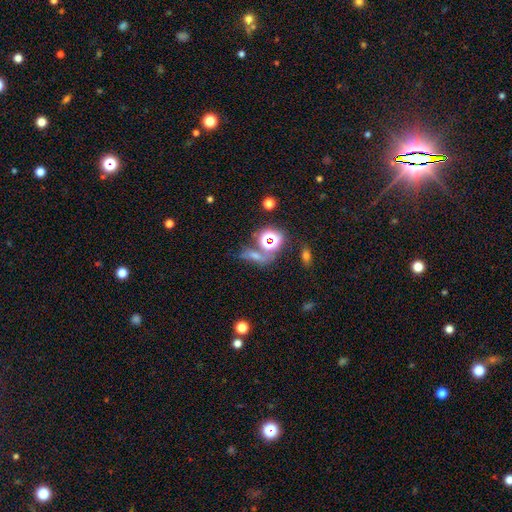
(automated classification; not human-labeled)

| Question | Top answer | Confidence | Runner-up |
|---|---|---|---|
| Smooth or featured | star or artifact | 46% | smooth (37%) |